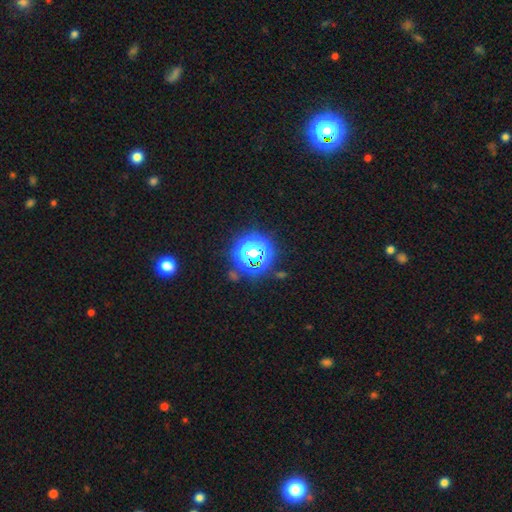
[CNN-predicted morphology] Overall: star or artifact (73%).